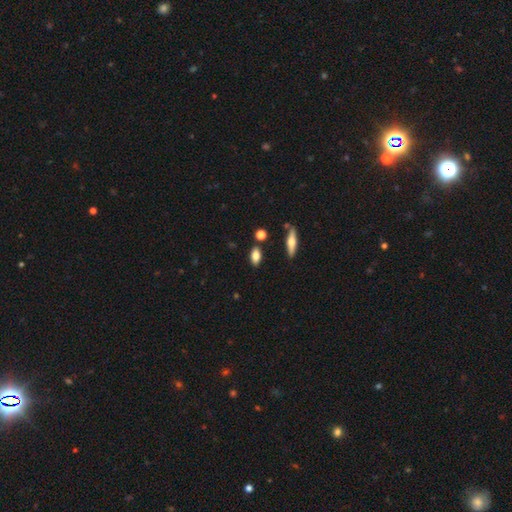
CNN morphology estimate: Smooth or featured? smooth (77%)
How rounded? in between (83%)
Merging? none (82%)